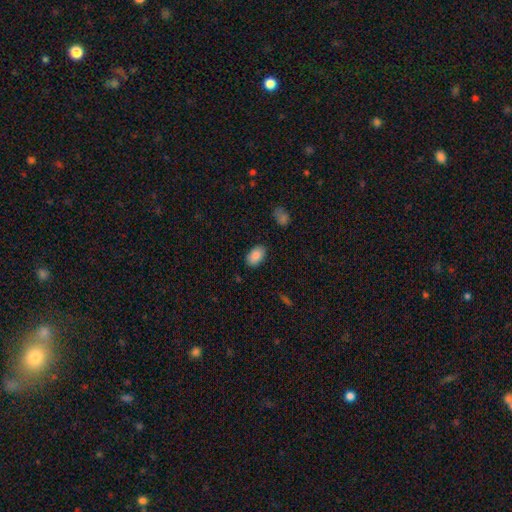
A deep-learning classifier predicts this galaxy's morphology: Q: Smooth or featured?
A: smooth (88%); runner-up: star or artifact (7%)
Q: How rounded?
A: in between (90%); runner-up: round (9%)
Q: Merging?
A: none (86%); runner-up: minor disturbance (10%)